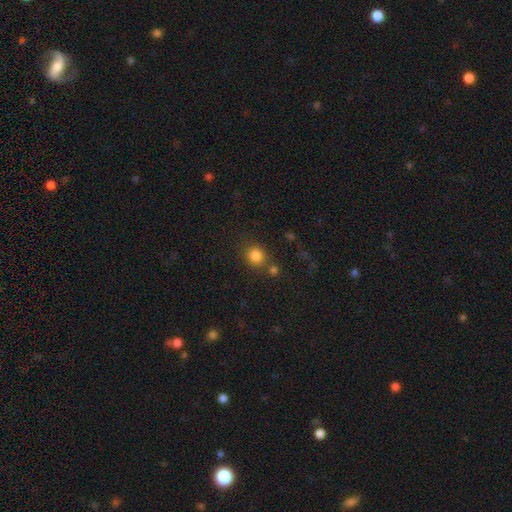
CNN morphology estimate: The model was most divided on "merging": none: 72%, merger: 14%, minor disturbance: 9%, major disturbance: 4%. More confident: how rounded — round (84%); smooth or featured — smooth (83%).